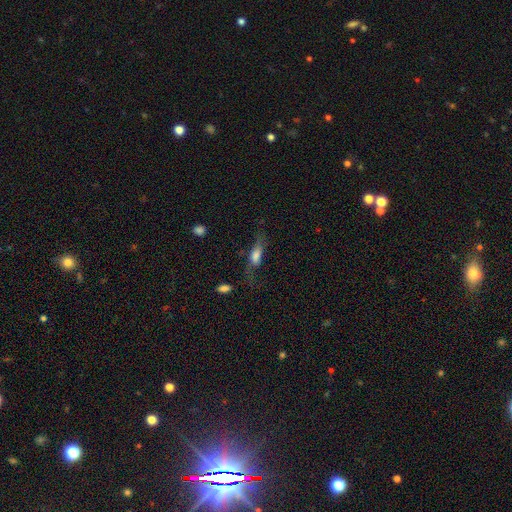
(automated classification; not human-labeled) smooth-or-featured: smooth: 56% | featured or disk: 34% | star or artifact: 10%
  how-rounded: in between: 54% | cigar-shaped: 41% | round: 5%
  merging: none: 42% | major disturbance: 30% | minor disturbance: 24% | merger: 4%